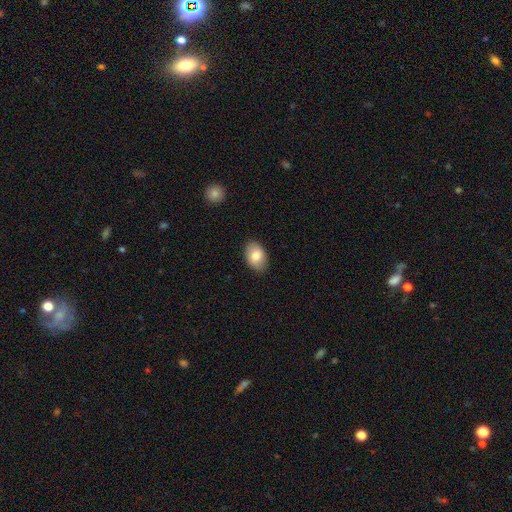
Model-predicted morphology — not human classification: smooth-or-featured: smooth: 81% | featured or disk: 12% | star or artifact: 7%
  how-rounded: in between: 88% | round: 11% | cigar-shaped: 1%
  merging: none: 87% | minor disturbance: 10% | major disturbance: 2% | merger: 1%